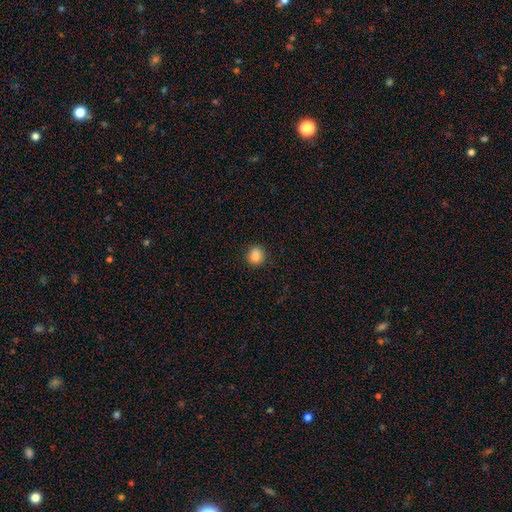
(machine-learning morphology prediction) This appears to be a smooth galaxy with no disk features (86%) that is round (82%). Merging: none (88%).